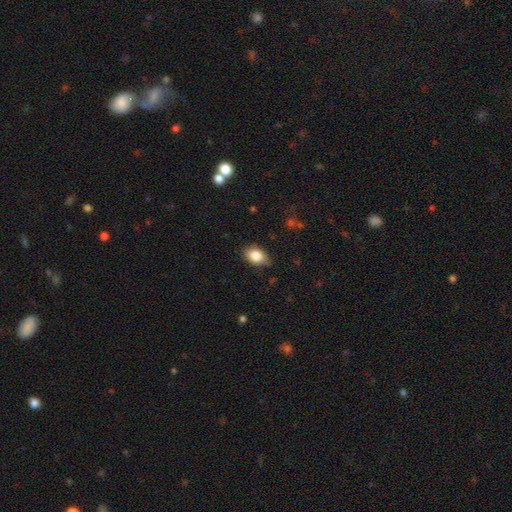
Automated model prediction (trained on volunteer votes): A smooth galaxy with no disk features (84%) that is in between round and cigar-shaped (84%).

Vote fractions:
- Smooth or featured? smooth: 84% / featured or disk: 9% / star or artifact: 8%
- How rounded? in between: 84% / round: 14% / cigar-shaped: 1%
- Merging? none: 78% / minor disturbance: 18% / major disturbance: 3% / merger: 1%